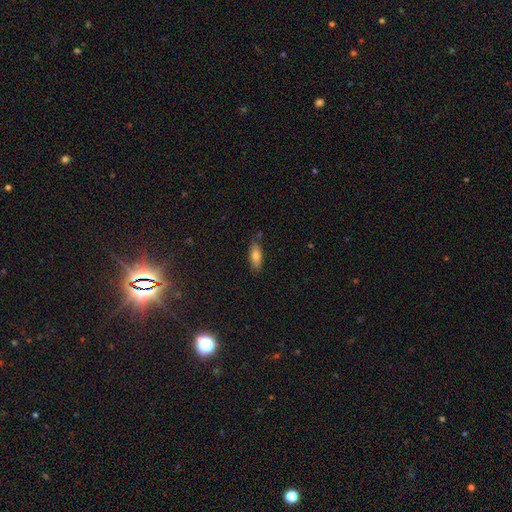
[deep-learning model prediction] Smooth or featured? Predicted: smooth (p=0.78). How rounded? Predicted: in between (p=0.72). Merging? Predicted: none (p=0.77).